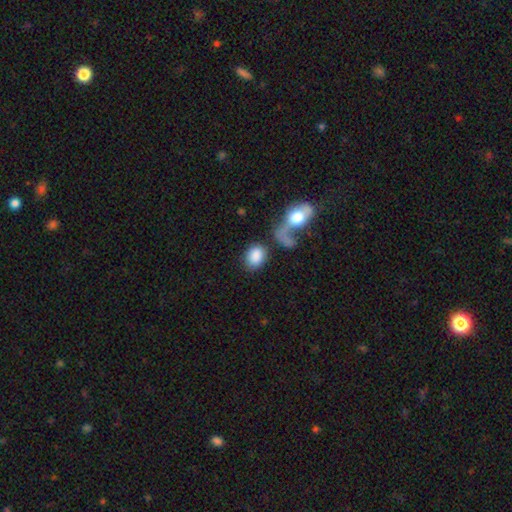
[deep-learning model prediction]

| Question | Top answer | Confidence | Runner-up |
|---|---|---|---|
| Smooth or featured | smooth | 82% | featured or disk (11%) |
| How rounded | in between | 65% | round (34%) |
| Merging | none | 46% | merger (28%) |